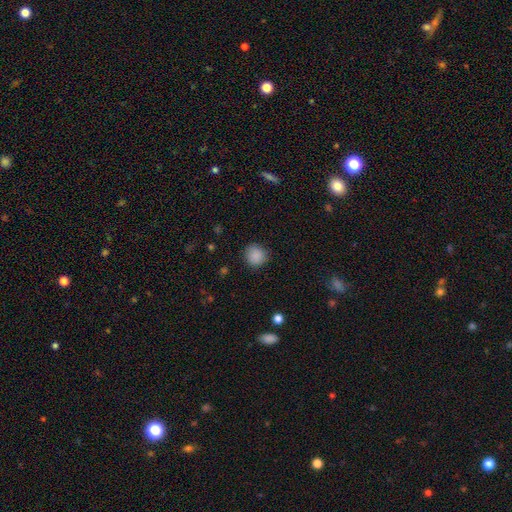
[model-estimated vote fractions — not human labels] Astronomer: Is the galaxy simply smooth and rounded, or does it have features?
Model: smooth — 88%.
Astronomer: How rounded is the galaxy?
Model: round — 89%.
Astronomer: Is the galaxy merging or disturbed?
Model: none — 86%.